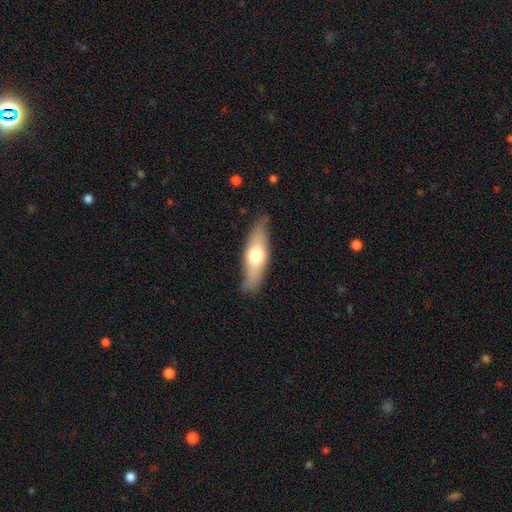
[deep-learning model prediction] This appears to be a smooth galaxy with no disk features (53%) that is in between round and cigar-shaped (49%). Merging: none (77%).